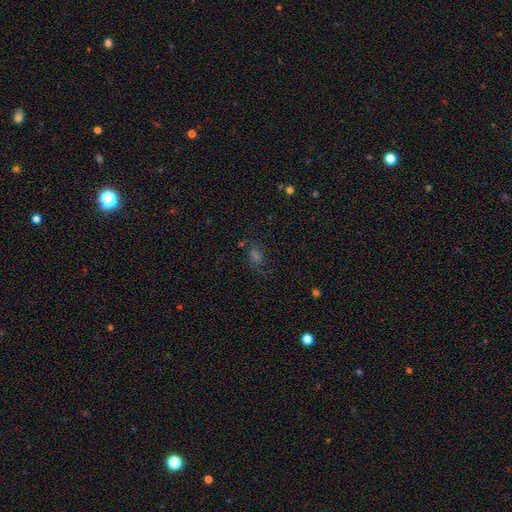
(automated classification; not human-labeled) This appears to be a smooth galaxy with no disk features (41%). Merging: none (66%).